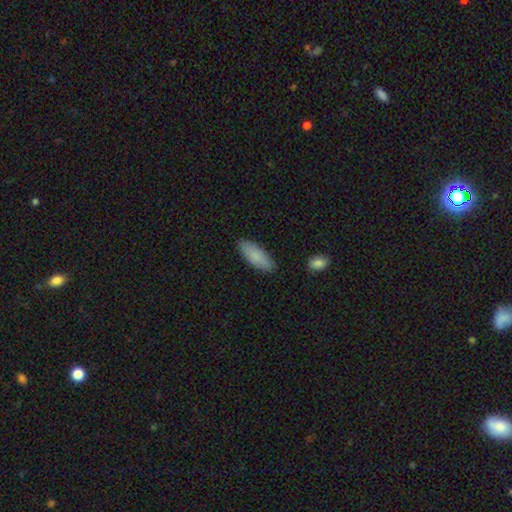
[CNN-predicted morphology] smooth_or_featured: smooth (p=0.87) [alt: featured or disk p=0.07]
how_rounded: in between (p=0.69) [alt: cigar-shaped p=0.29]
merging: none (p=0.86) [alt: minor disturbance p=0.11]